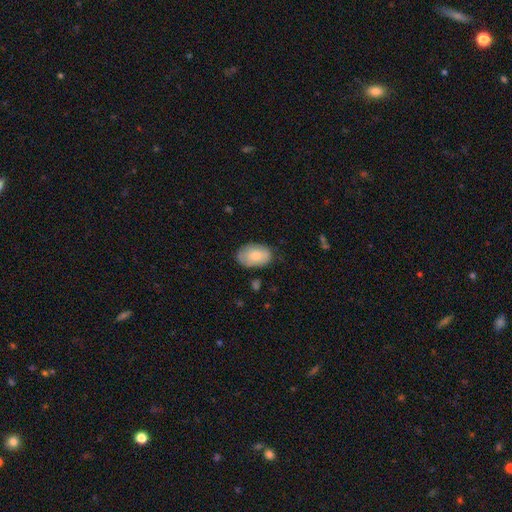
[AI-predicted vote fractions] A smooth galaxy with no disk features (78%) that is in between round and cigar-shaped (90%). Merging: none (75%).